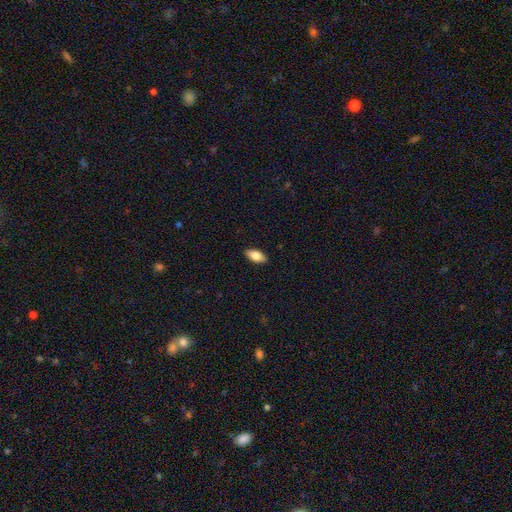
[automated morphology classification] smooth_or_featured: smooth (p=0.79) [alt: featured or disk p=0.14]
how_rounded: in between (p=0.88) [alt: cigar-shaped p=0.09]
merging: none (p=0.89) [alt: minor disturbance p=0.08]